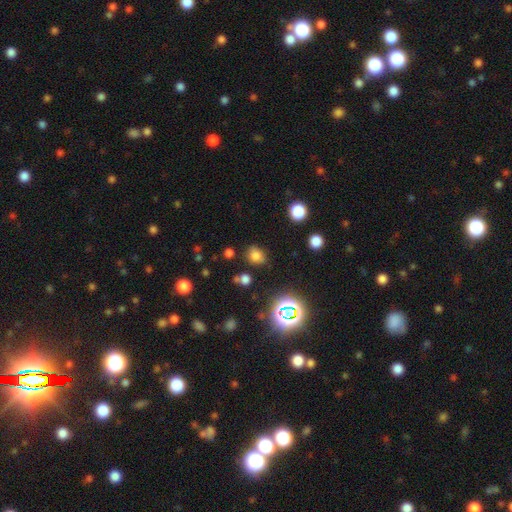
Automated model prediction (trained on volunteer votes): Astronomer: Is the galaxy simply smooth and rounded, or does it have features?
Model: smooth — 70%.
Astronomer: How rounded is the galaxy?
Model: round — 54% (runner-up: in between, 45%).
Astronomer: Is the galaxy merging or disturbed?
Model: none — 74%.